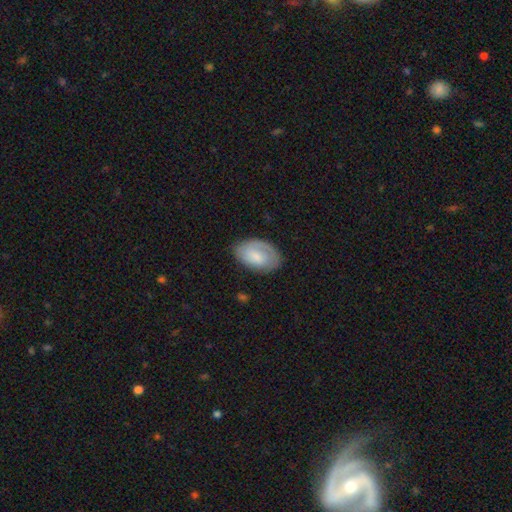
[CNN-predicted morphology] This appears to be a smooth galaxy with no disk features (64%) that is in between round and cigar-shaped (91%). Merging: none (72%).